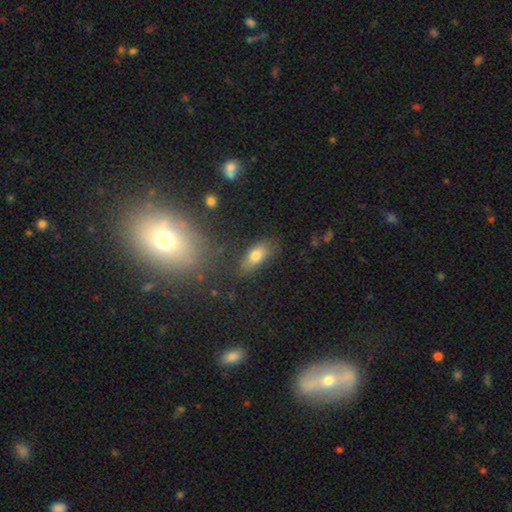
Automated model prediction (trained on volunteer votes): This is likely a smooth galaxy (75%). How rounded: clearly in between (82%). Merging: likely none (73%).